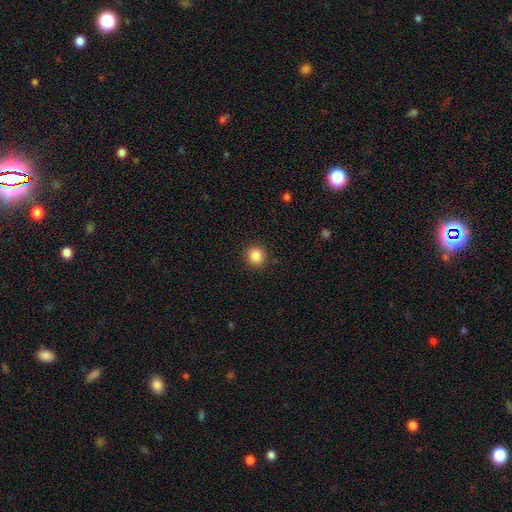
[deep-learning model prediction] Q: Smooth or featured?
A: smooth (86%); runner-up: star or artifact (10%)
Q: How rounded?
A: round (88%); runner-up: in between (11%)
Q: Merging?
A: none (91%); runner-up: minor disturbance (6%)